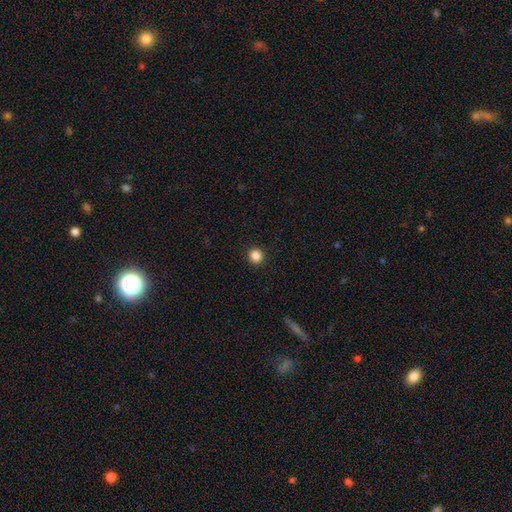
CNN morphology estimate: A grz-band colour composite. It shows a smooth galaxy with no disk features (86%) that is round (94%). Merging: none (93%).